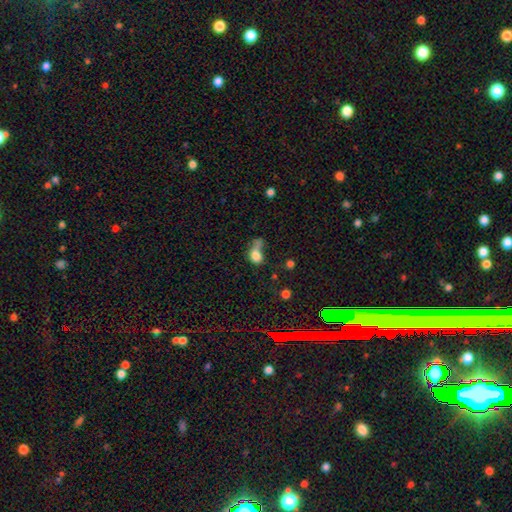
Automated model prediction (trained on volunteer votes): A smooth galaxy with no disk features (73%) that is in between round and cigar-shaped (55%).

Vote fractions:
- Smooth or featured? smooth: 73% / featured or disk: 15% / star or artifact: 12%
- How rounded? in between: 55% / round: 41% / cigar-shaped: 4%
- Merging? major disturbance: 35% / none: 23% / merger: 23% / minor disturbance: 19%